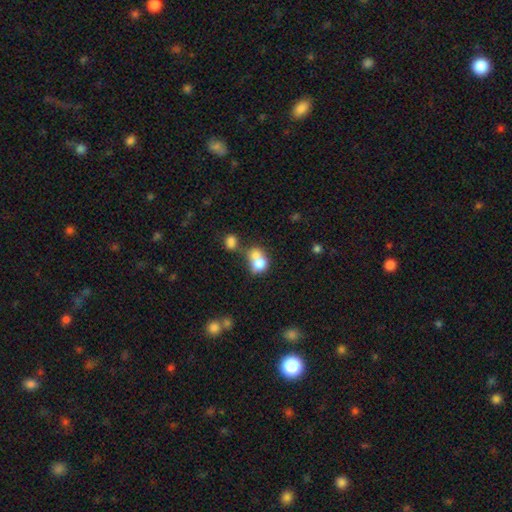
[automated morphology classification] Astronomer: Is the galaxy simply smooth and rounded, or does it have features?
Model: smooth — 72%.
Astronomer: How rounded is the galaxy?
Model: round — 54% (runner-up: in between, 44%).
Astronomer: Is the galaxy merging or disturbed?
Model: merger — 65%.